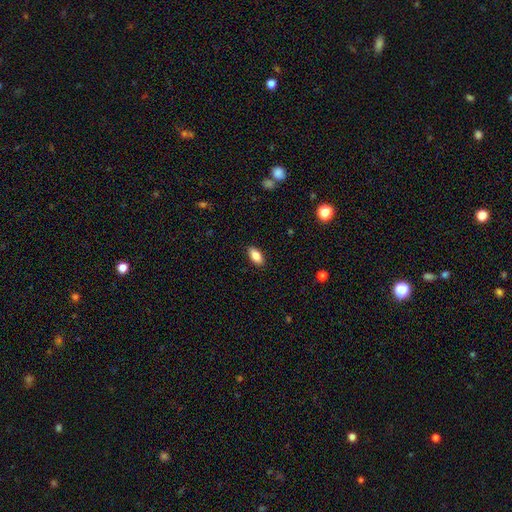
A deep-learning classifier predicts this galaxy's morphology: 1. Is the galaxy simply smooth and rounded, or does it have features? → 84% smooth, 9% featured or disk, 7% star or artifact.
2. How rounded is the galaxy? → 89% in between, 8% cigar-shaped, 3% round.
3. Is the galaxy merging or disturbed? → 89% none, 8% minor disturbance, 2% major disturbance, 1% merger.